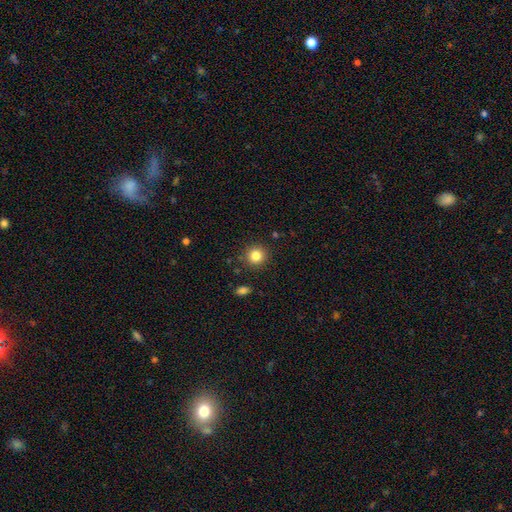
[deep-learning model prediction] smooth_or_featured: smooth (p=0.84) [alt: star or artifact p=0.11]
how_rounded: round (p=0.93) [alt: in between p=0.07]
merging: none (p=0.89) [alt: minor disturbance p=0.07]